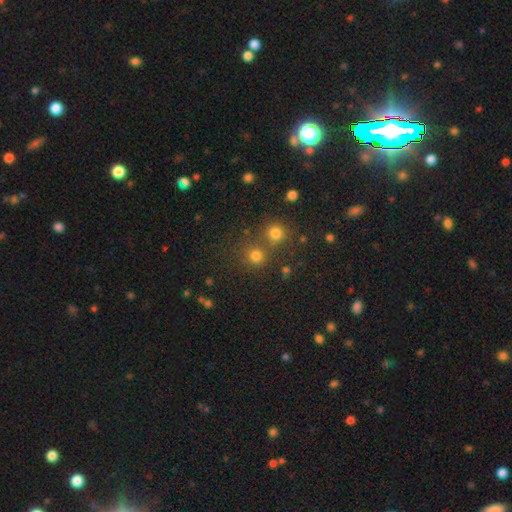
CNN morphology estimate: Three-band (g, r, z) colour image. It shows a smooth galaxy with no disk features (76%) that is round (90%). Merging: none (62%).